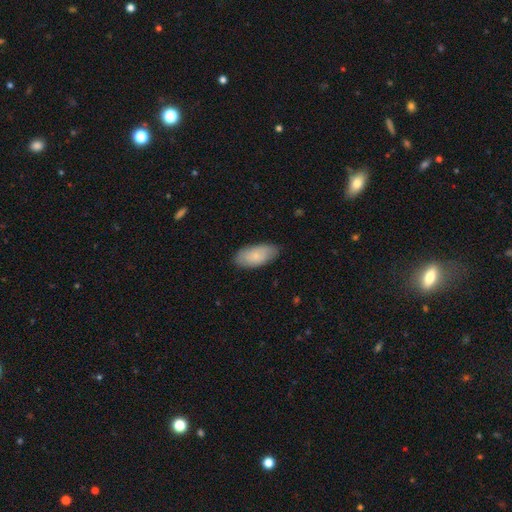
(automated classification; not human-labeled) Q: Smooth or featured?
A: smooth (81%); runner-up: featured or disk (14%)
Q: How rounded?
A: in between (92%); runner-up: cigar-shaped (6%)
Q: Merging?
A: none (82%); runner-up: minor disturbance (15%)